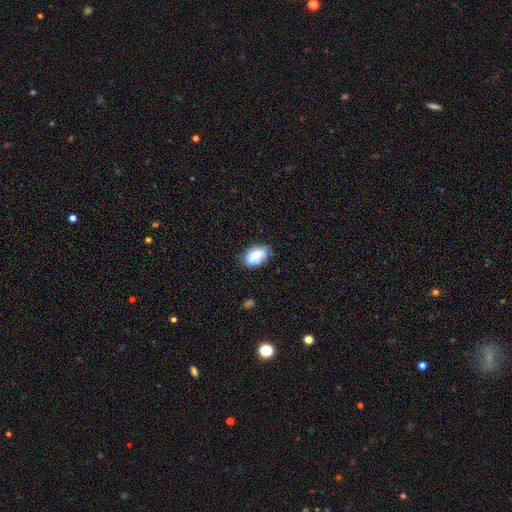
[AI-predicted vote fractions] A smooth galaxy with no disk features (68%) that is in between round and cigar-shaped (86%).

Vote fractions:
- Smooth or featured? smooth: 68% / featured or disk: 23% / star or artifact: 9%
- How rounded? in between: 86% / round: 12% / cigar-shaped: 2%
- Merging? none: 69% / minor disturbance: 23% / major disturbance: 4% / merger: 4%